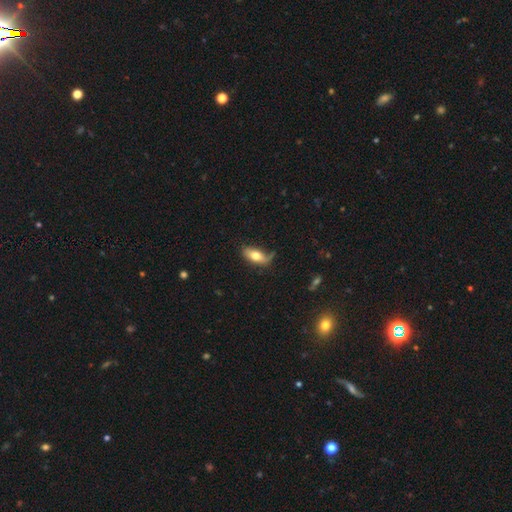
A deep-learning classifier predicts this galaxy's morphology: Smooth or featured: smooth — 67% (featured or disk — 26%)
How rounded: in between — 80% (cigar-shaped — 16%)
Merging: none — 55% (minor disturbance — 29%)